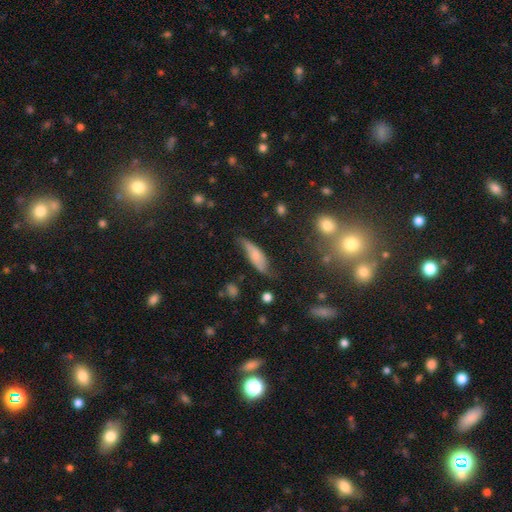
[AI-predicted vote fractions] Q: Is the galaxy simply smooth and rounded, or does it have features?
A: smooth — 49%.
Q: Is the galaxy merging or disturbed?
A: none — 55%.